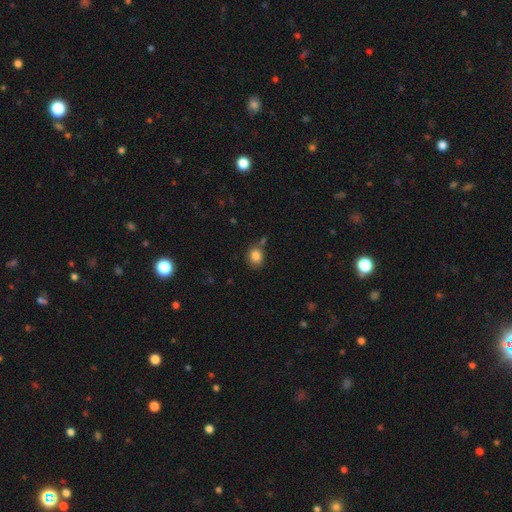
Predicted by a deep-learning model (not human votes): smooth_or_featured: smooth (p=0.85) [alt: star or artifact p=0.09]
how_rounded: round (p=0.55) [alt: in between p=0.44]
merging: none (p=0.67) [alt: minor disturbance p=0.18]